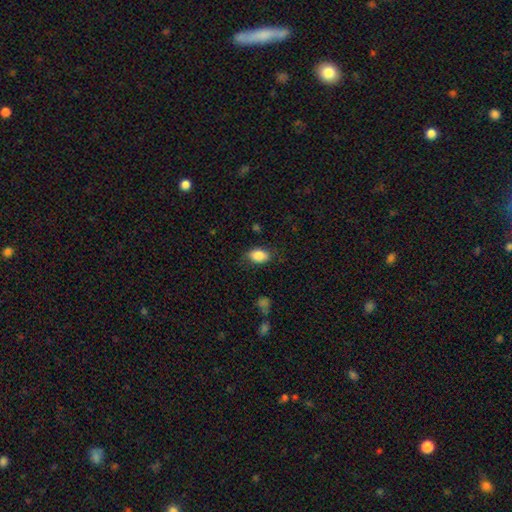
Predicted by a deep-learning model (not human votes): This is clearly a smooth galaxy (86%). How rounded: clearly in between (89%). Merging: clearly none (80%).